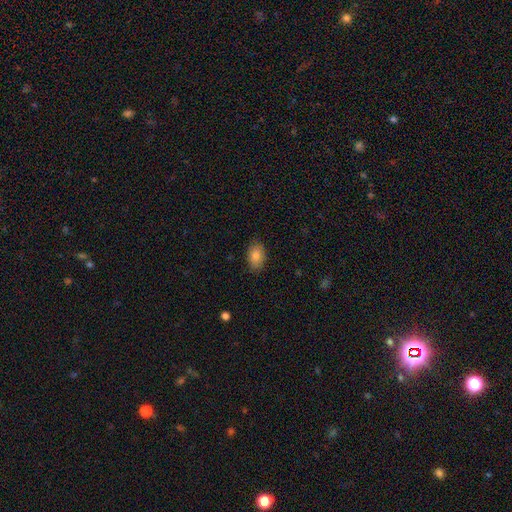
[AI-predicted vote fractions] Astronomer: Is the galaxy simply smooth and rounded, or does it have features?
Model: smooth — 84%.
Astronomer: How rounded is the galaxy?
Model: in between — 88%.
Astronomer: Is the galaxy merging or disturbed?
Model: none — 85%.